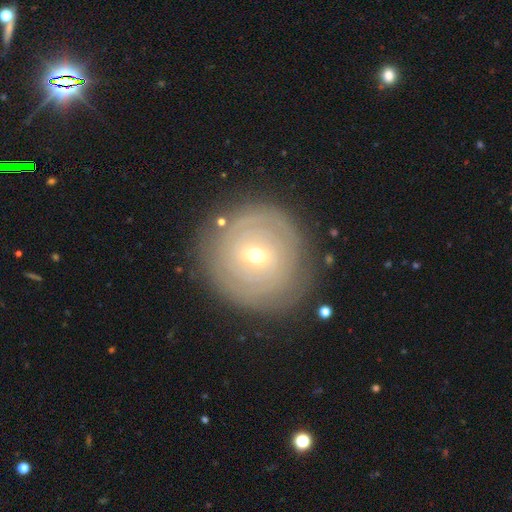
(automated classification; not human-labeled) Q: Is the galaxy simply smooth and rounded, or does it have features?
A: featured or disk — 74%.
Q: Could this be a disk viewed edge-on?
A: no — 97%.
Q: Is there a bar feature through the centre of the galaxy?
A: no — 61%.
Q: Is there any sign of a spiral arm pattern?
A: yes — 83%.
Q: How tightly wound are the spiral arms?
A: tight — 85%.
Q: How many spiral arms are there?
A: can't tell — 43%.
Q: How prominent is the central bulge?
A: moderate — 49%.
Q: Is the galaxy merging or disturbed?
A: none — 82%.